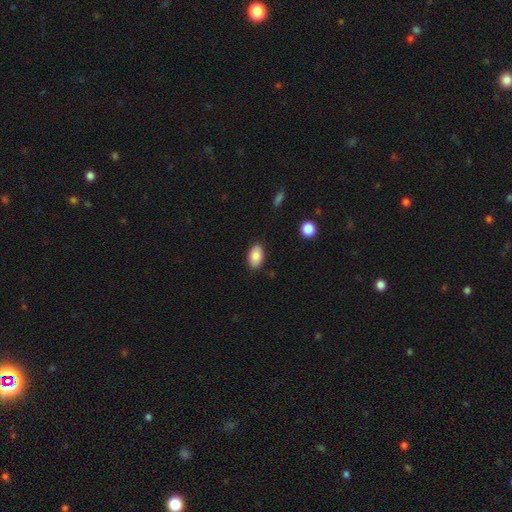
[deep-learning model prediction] Morphology: type=smooth (86%); roundness=in between (92%); merging=none (87%).